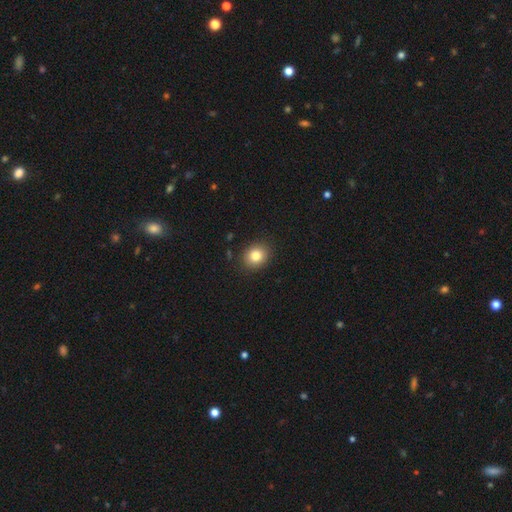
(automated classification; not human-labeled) A smooth galaxy with no disk features (82%) that is round (68%).

Vote fractions:
- Smooth or featured? smooth: 82% / star or artifact: 11% / featured or disk: 8%
- How rounded? round: 68% / in between: 31% / cigar-shaped: 1%
- Merging? none: 89% / minor disturbance: 8% / major disturbance: 2% / merger: 1%